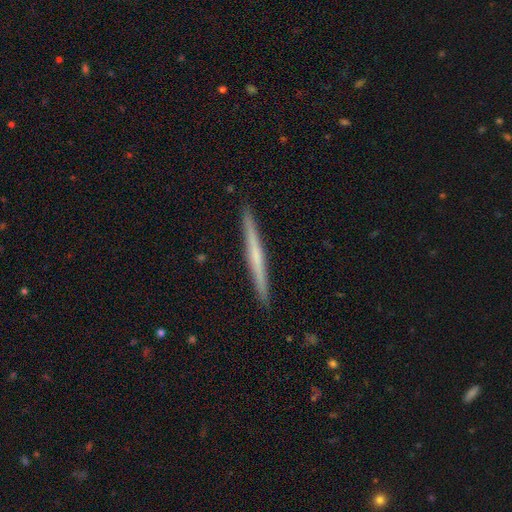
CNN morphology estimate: Smooth or featured?
  - featured or disk: 54% *
  - smooth: 41%
  - star or artifact: 5%
Edge-on disk?
  - yes: 98% *
  - no: 2%
Edge-on bulge?
  - none: 71% *
  - rounded: 23%
  - boxy: 6%
Merging?
  - none: 93% *
  - minor disturbance: 5%
  - major disturbance: 1%
  - merger: 1%